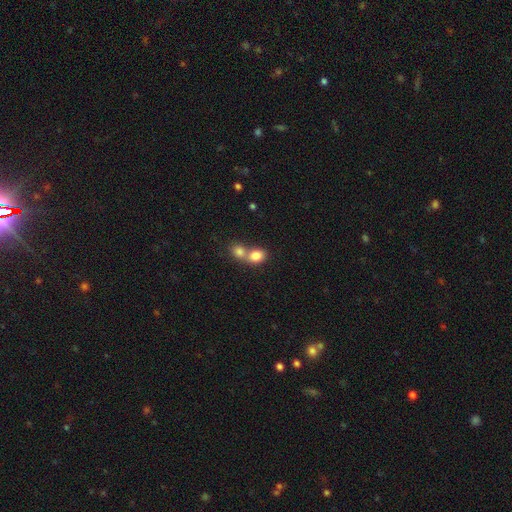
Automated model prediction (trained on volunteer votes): smooth_or_featured: smooth (p=0.82) [alt: star or artifact p=0.09]
how_rounded: round (p=0.50) [alt: in between p=0.48]
merging: merger (p=0.62) [alt: none p=0.30]